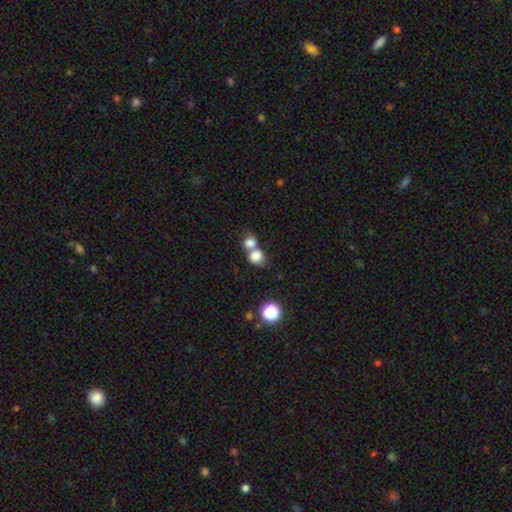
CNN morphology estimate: Smooth or featured? smooth (79%)
How rounded? round (64%)
Merging? merger (63%)